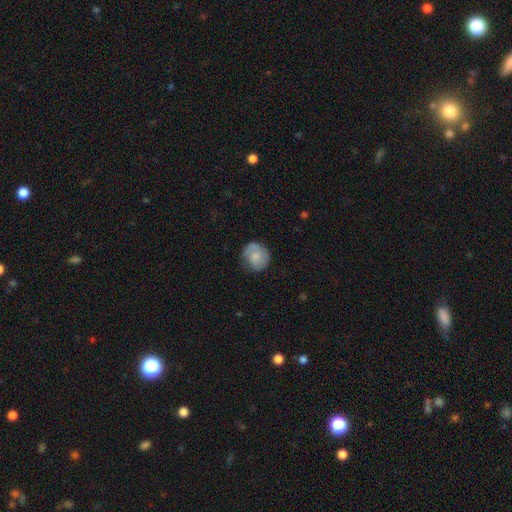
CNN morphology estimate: A smooth galaxy with no disk features (65%) that is round (83%).

Vote fractions:
- Smooth or featured? smooth: 65% / featured or disk: 28% / star or artifact: 7%
- How rounded? round: 83% / in between: 16% / cigar-shaped: 1%
- Merging? none: 68% / minor disturbance: 23% / major disturbance: 7% / merger: 1%